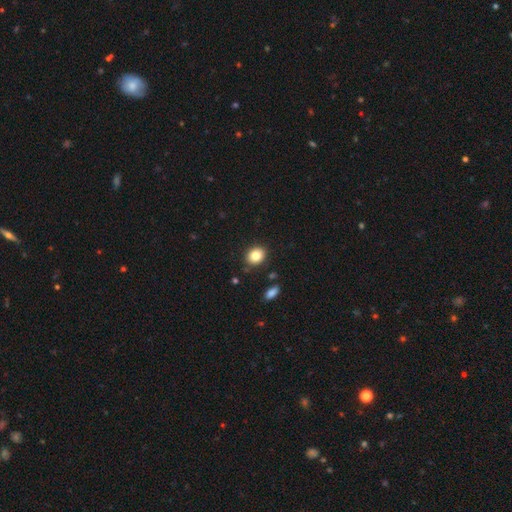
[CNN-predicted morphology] Overall: smooth (83%). How rounded: round (53%; in between 46%). Merging: none (87%).